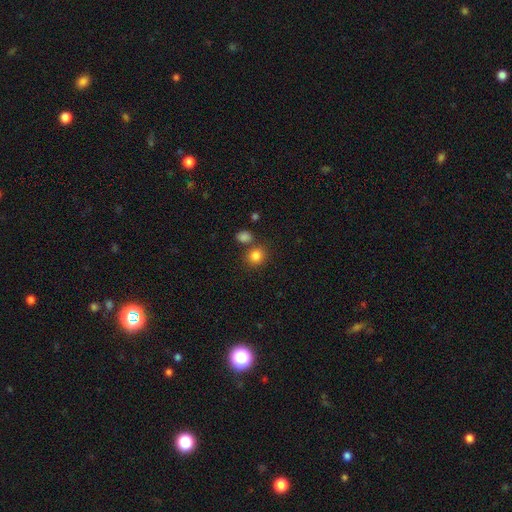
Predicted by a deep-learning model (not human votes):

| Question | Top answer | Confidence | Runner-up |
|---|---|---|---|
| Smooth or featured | smooth | 84% | star or artifact (11%) |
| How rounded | round | 80% | in between (19%) |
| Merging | none | 71% | merger (17%) |